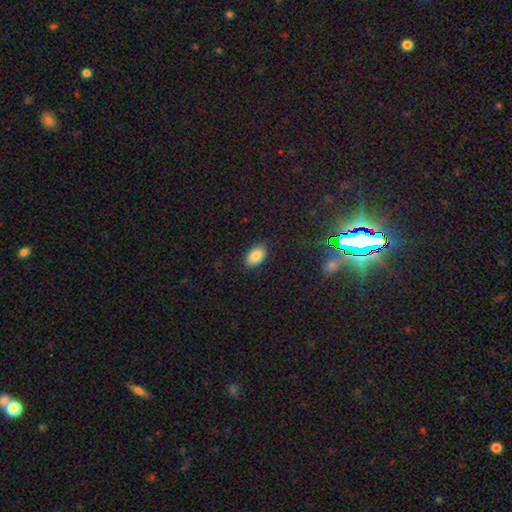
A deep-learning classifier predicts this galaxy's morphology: smooth-or-featured: smooth: 86% | star or artifact: 9% | featured or disk: 6%
  how-rounded: in between: 93% | round: 6% | cigar-shaped: 1%
  merging: none: 86% | minor disturbance: 10% | major disturbance: 2% | merger: 1%